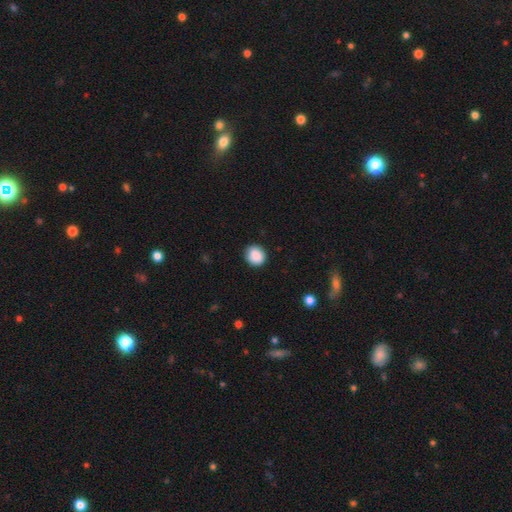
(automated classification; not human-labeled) Smooth or featured: smooth — 89% (star or artifact — 8%)
How rounded: round — 82% (in between — 17%)
Merging: none — 89% (minor disturbance — 8%)